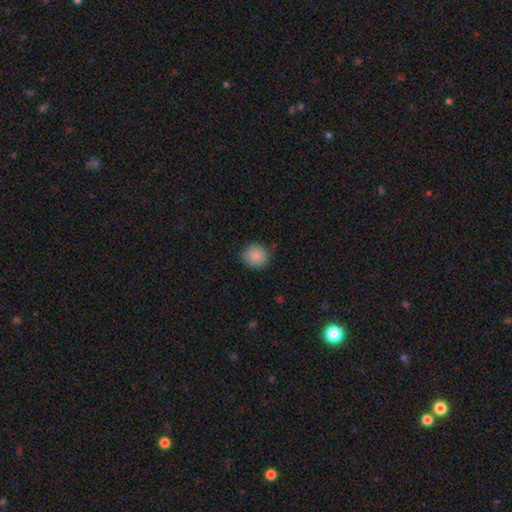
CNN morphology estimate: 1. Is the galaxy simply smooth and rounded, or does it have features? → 87% smooth, 9% star or artifact, 5% featured or disk.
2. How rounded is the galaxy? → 86% round, 13% in between, 1% cigar-shaped.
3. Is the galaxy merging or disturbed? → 79% none, 17% minor disturbance, 3% major disturbance, 1% merger.